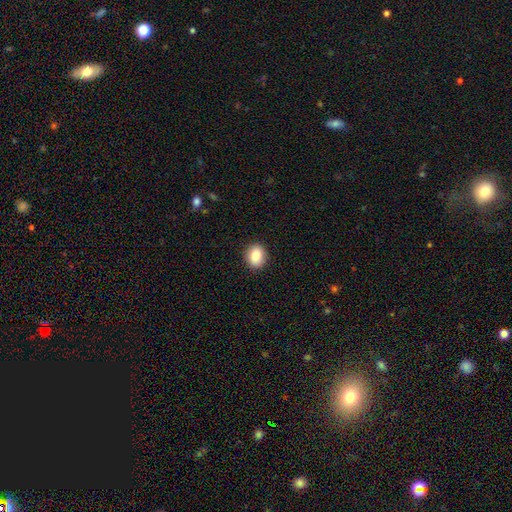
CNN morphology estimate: Smooth or featured: smooth — 86% (star or artifact — 8%)
How rounded: round — 53% (in between — 46%)
Merging: none — 90% (minor disturbance — 8%)